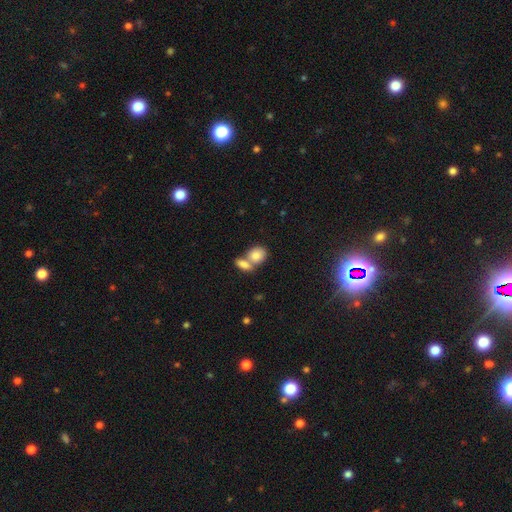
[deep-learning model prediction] This is clearly a smooth galaxy (83%). How rounded: possibly in between (60%). Merging: possibly merger (58%).